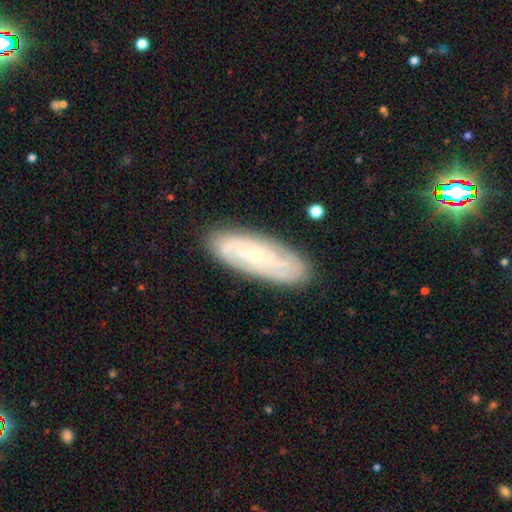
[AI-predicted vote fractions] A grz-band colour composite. It shows a featured or disk galaxy (72%) with no bar (68%), tight (64%) spiral arms (91%) and a small central bulge (77%). Merging: none (84%).